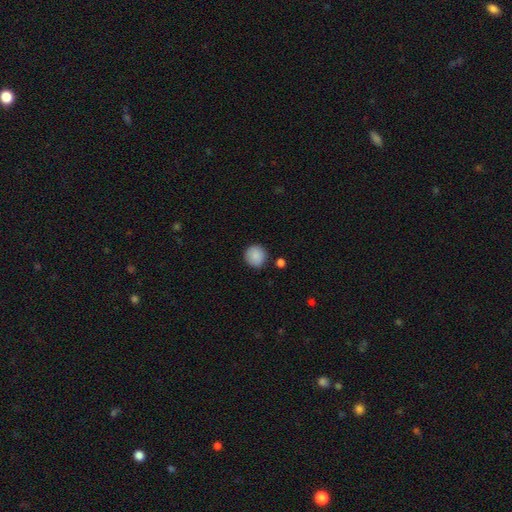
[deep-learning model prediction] The model was most divided on "smooth or featured": smooth: 88%, star or artifact: 8%, featured or disk: 4%. More confident: how rounded — round (92%); merging — none (88%).